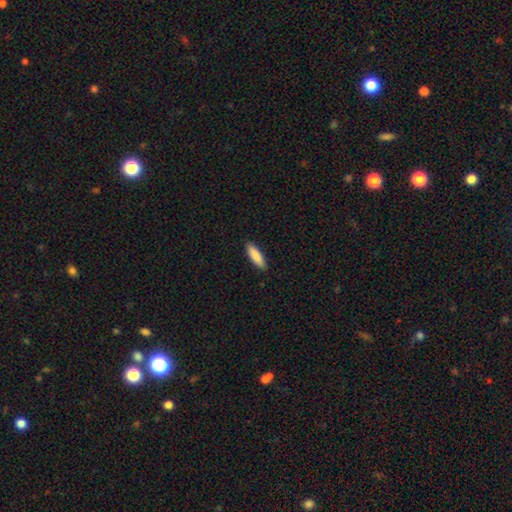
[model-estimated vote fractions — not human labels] smooth_or_featured: smooth (p=0.88) [alt: featured or disk p=0.07]
how_rounded: cigar-shaped (p=0.63) [alt: in between p=0.35]
merging: none (p=0.90) [alt: minor disturbance p=0.08]